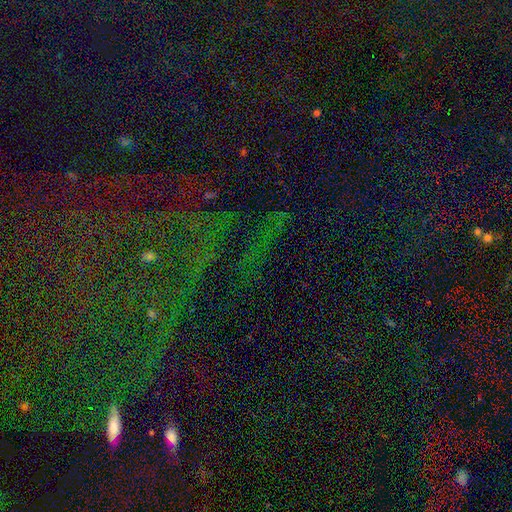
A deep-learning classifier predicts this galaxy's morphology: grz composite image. It shows a star or artifact, not a galaxy (82%).